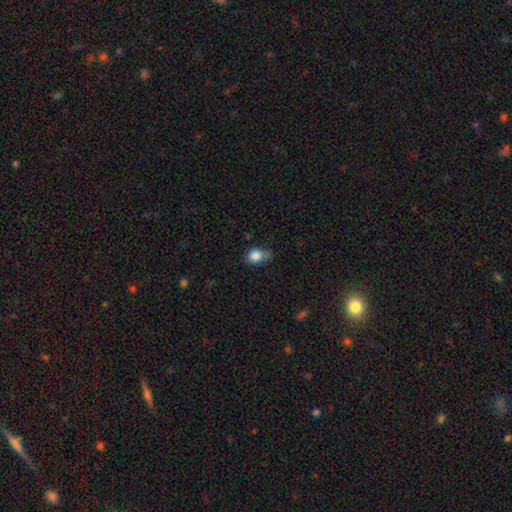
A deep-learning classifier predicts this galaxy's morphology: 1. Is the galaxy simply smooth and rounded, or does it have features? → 84% smooth, 9% star or artifact, 7% featured or disk.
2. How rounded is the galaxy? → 57% in between, 42% round, 2% cigar-shaped.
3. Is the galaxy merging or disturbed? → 45% none, 42% minor disturbance, 10% major disturbance, 4% merger.